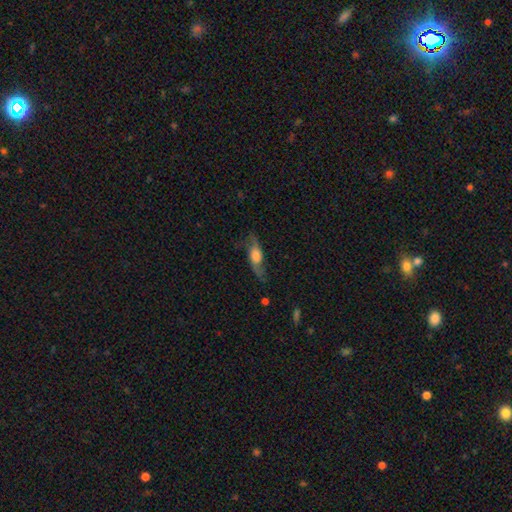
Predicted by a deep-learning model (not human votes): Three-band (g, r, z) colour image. It shows a featured or disk galaxy (61%). Merging: none (68%).